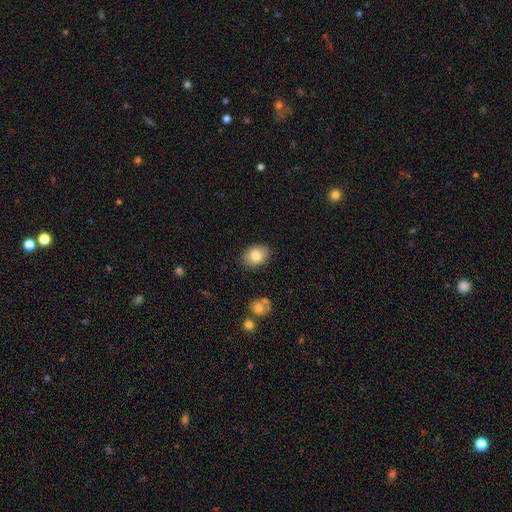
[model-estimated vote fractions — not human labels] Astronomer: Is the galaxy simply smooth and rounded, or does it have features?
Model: smooth — 80%.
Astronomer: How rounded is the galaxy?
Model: in between — 72%.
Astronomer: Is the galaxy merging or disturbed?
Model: none — 86%.